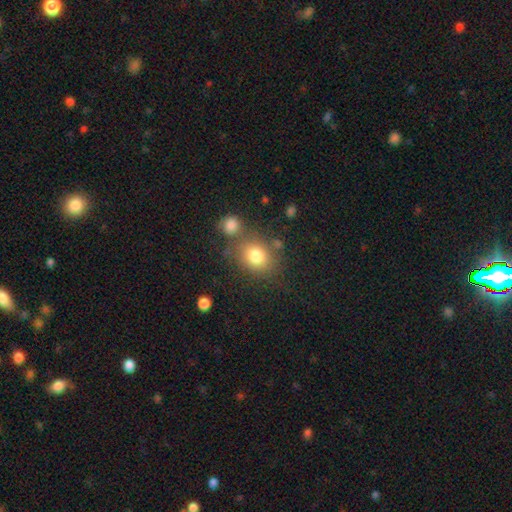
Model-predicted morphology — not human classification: type=smooth (79%); roundness=round (58%); merging=none (61%).